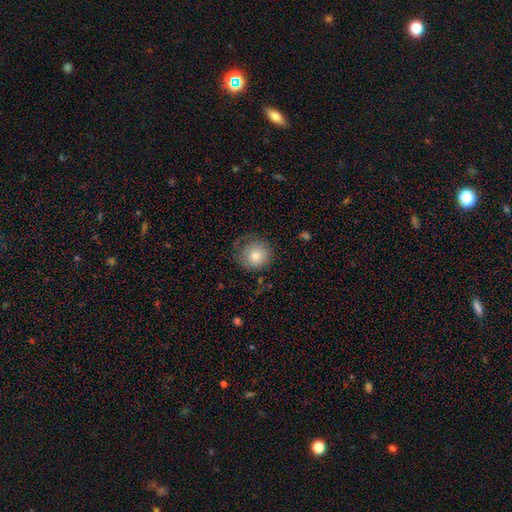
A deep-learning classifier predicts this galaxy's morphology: smooth 75%, featured or disk 16%, star or artifact 9%. Down the decision tree: how rounded — round (91%); merging — none (64%).